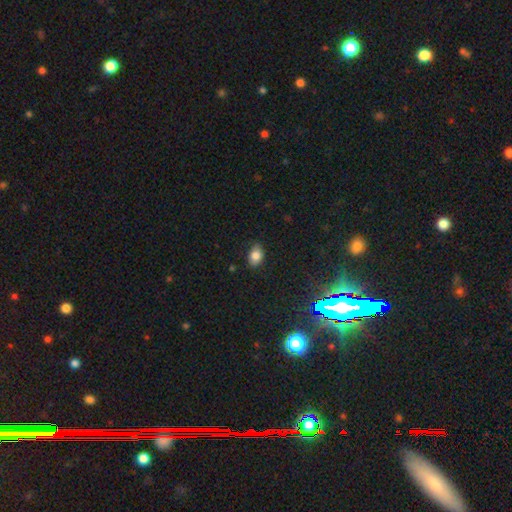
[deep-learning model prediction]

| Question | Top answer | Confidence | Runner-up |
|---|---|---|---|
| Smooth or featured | smooth | 81% | star or artifact (11%) |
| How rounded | in between | 82% | round (16%) |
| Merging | none | 77% | minor disturbance (19%) |